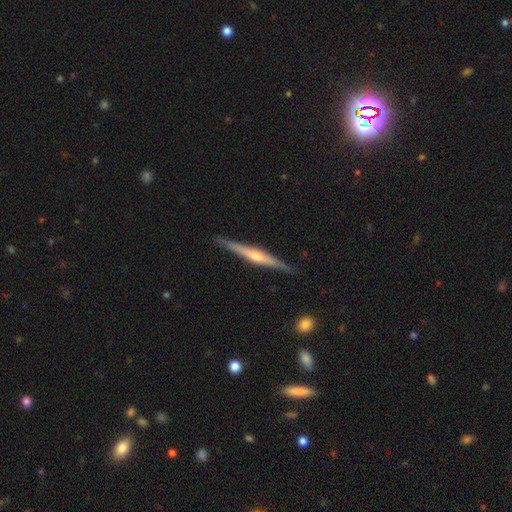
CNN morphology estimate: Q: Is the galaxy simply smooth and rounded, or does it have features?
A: featured or disk — 77%.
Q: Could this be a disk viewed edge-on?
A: yes — 98%.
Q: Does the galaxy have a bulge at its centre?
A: rounded — 78%.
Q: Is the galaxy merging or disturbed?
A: none — 90%.